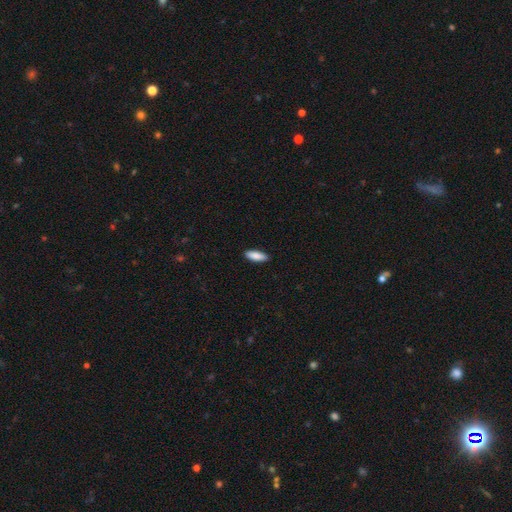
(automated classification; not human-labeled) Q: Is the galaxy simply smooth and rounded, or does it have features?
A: smooth — 88%.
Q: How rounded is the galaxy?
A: in between — 64%.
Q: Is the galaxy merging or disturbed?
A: none — 90%.